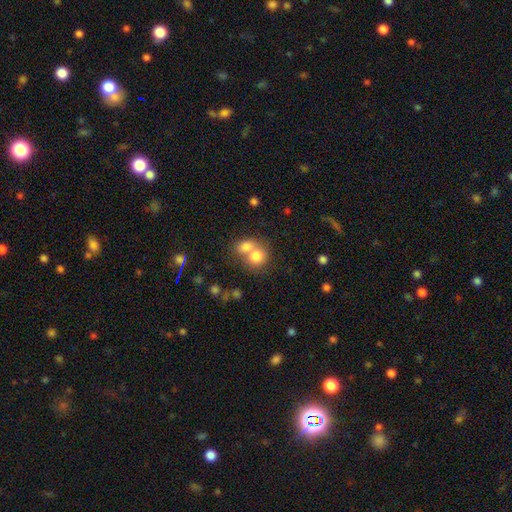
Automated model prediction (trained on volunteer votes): This is likely a smooth galaxy (77%). How rounded: likely round (72%). Merging: likely merger (62%).